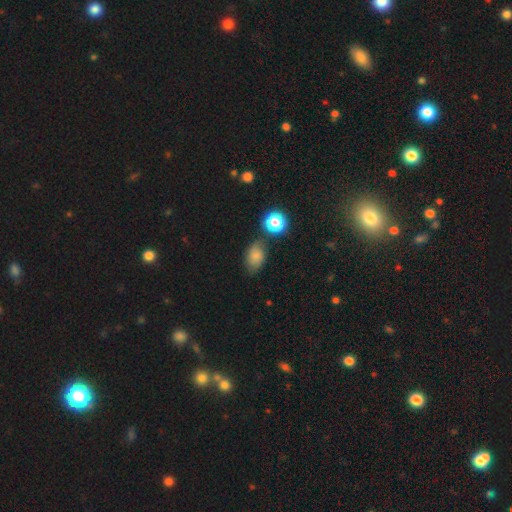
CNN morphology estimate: This is likely a smooth galaxy (71%). How rounded: likely in between (77%). Merging: possibly none (60%).